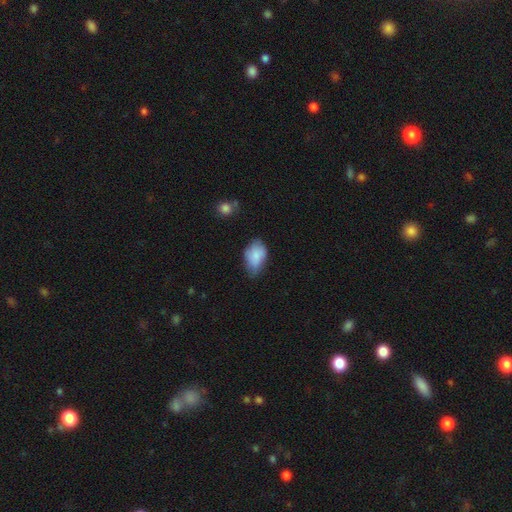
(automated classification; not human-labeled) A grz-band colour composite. It shows a smooth galaxy with no disk features (82%) that is in between round and cigar-shaped (89%). Merging: none (47%).